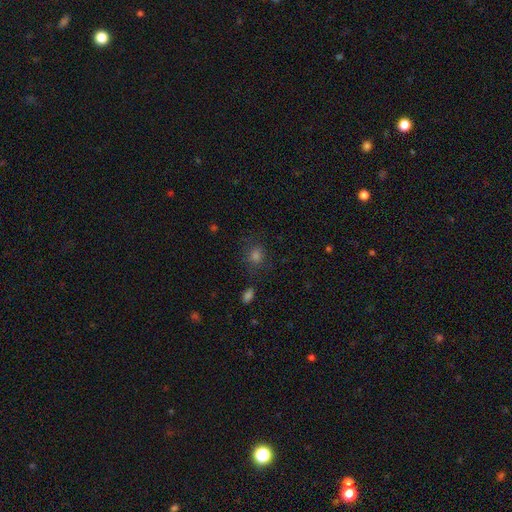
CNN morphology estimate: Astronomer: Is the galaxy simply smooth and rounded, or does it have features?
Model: smooth — 66%.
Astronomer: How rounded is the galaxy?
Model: round — 78%.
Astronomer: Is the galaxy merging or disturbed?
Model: none — 78%.